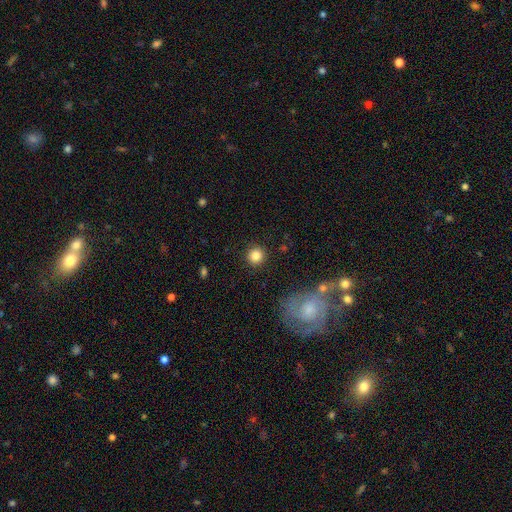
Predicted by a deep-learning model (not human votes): A smooth galaxy with no disk features (84%) that is round (95%).

Vote fractions:
- Smooth or featured? smooth: 84% / star or artifact: 10% / featured or disk: 5%
- How rounded? round: 95% / in between: 4% / cigar-shaped: 1%
- Merging? none: 91% / minor disturbance: 5% / major disturbance: 2% / merger: 2%